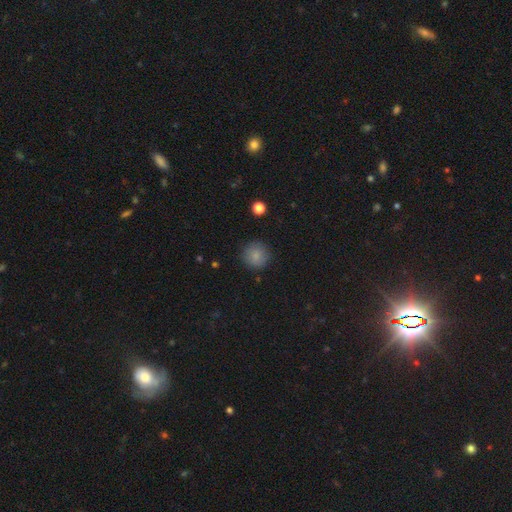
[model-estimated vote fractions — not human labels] smooth 85%, star or artifact 9%, featured or disk 5%. Down the decision tree: how rounded — round (94%); merging — none (88%).